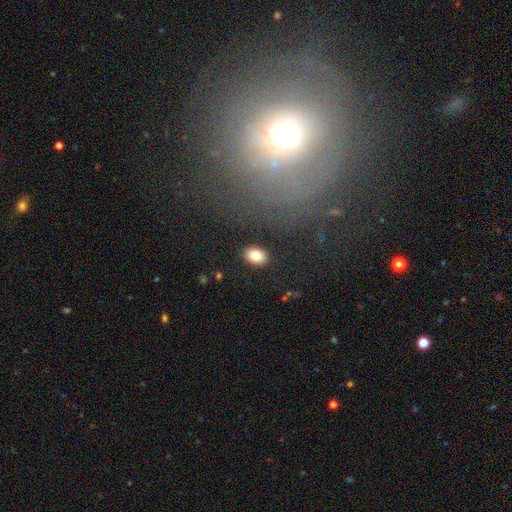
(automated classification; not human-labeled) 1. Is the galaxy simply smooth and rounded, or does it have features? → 83% smooth, 9% star or artifact, 8% featured or disk.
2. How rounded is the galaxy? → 82% in between, 16% round, 1% cigar-shaped.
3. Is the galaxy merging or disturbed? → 88% none, 8% minor disturbance, 2% major disturbance, 1% merger.